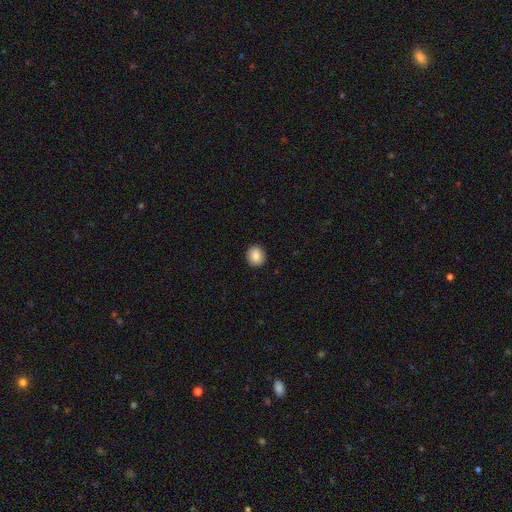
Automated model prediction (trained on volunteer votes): Smooth or featured? Predicted: smooth (p=0.85). How rounded? Predicted: round (p=0.83). Merging? Predicted: none (p=0.91).